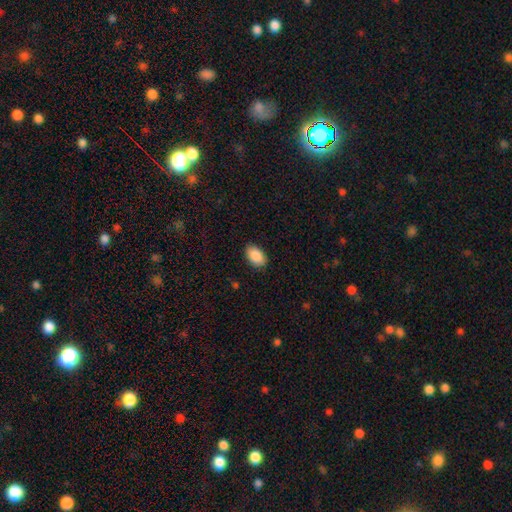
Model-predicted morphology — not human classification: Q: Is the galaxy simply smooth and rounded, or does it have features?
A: smooth — 88%.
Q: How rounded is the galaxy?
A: in between — 91%.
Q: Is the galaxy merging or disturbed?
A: none — 87%.